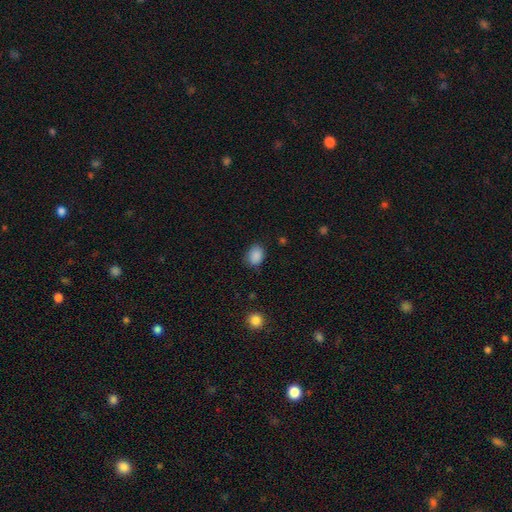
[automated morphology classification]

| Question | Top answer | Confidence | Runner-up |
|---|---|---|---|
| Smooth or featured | smooth | 87% | star or artifact (9%) |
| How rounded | in between | 62% | round (38%) |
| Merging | none | 78% | minor disturbance (17%) |